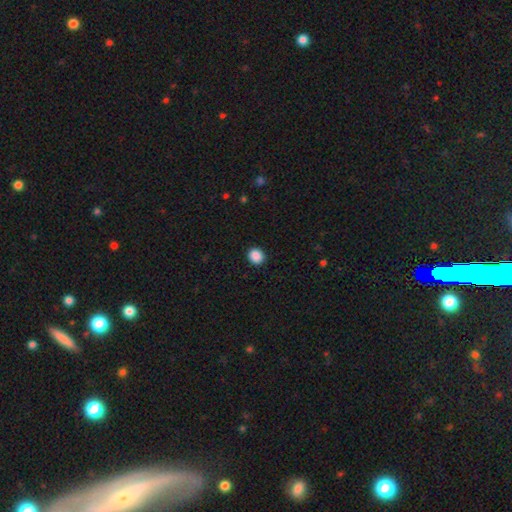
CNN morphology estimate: This is clearly a smooth galaxy (88%). How rounded: clearly round (81%). Merging: clearly none (92%).